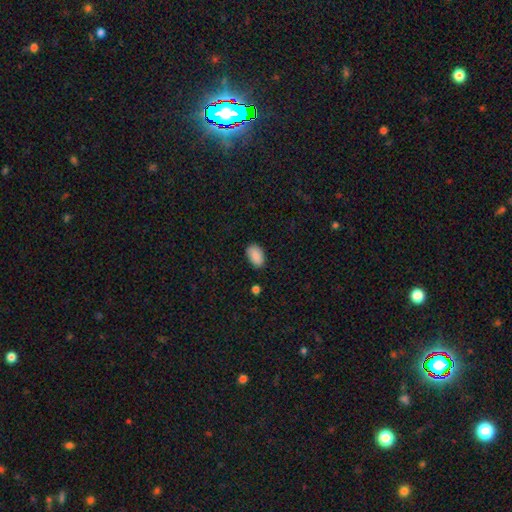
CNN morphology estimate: Smooth or featured? smooth (89%)
How rounded? in between (93%)
Merging? none (83%)